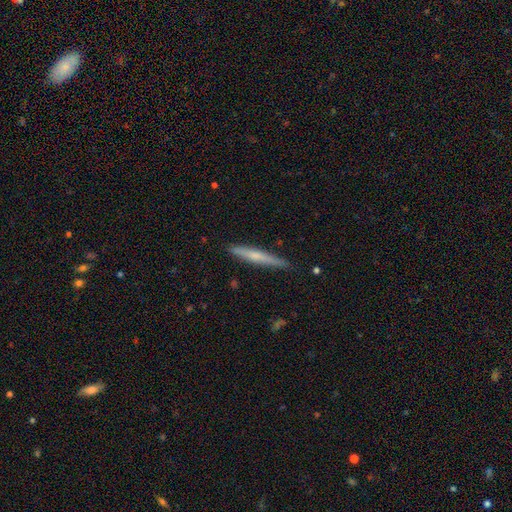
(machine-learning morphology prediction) This appears to be a smooth galaxy with no disk features (48%). Merging: none (87%).